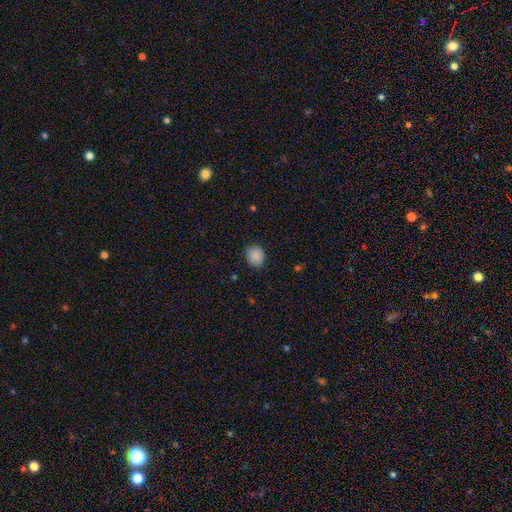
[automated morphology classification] The model was most divided on "how rounded": round: 79%, in between: 21%, cigar-shaped: 1%. More confident: smooth or featured — smooth (88%); merging — none (86%).